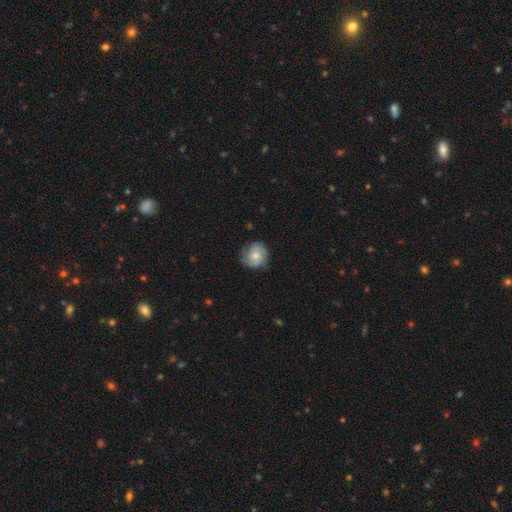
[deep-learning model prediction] smooth_or_featured: featured or disk (p=0.48) [alt: smooth p=0.44]
merging: none (p=0.73) [alt: minor disturbance p=0.21]